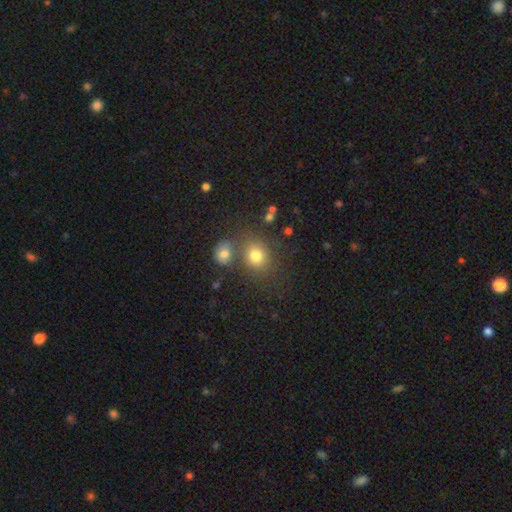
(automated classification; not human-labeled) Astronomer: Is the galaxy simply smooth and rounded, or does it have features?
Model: smooth — 76%.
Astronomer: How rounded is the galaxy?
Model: round — 67%.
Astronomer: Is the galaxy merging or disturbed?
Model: none — 63%.